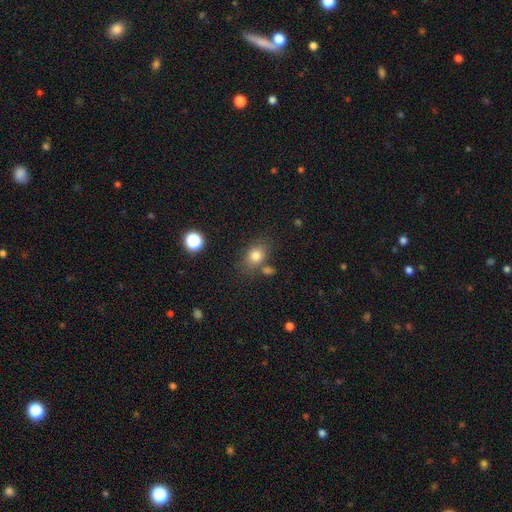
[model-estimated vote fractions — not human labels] A smooth galaxy with no disk features (79%) that is in between round and cigar-shaped (58%). Merging: none (68%).